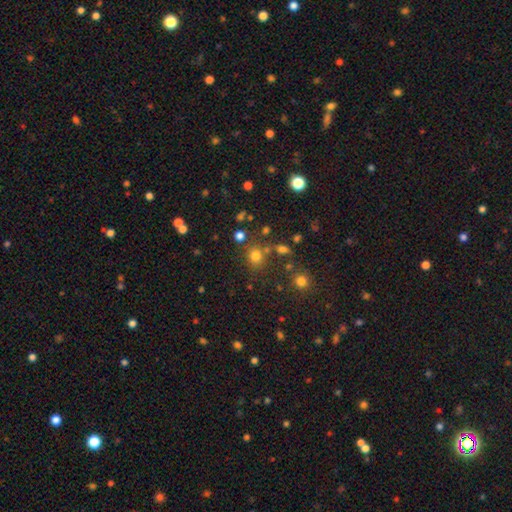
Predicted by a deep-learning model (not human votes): Smooth or featured?
  - smooth: 75% *
  - star or artifact: 18%
  - featured or disk: 7%
How rounded?
  - round: 77% *
  - in between: 22%
  - cigar-shaped: 1%
Merging?
  - none: 71% *
  - merger: 12%
  - minor disturbance: 11%
  - major disturbance: 5%